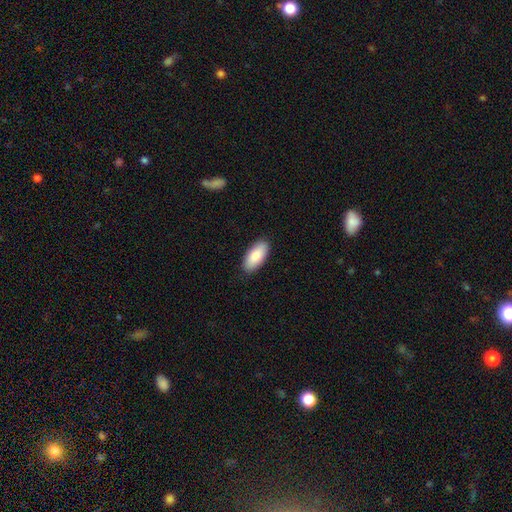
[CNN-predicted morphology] Smooth or featured?
  - smooth: 86% *
  - featured or disk: 8%
  - star or artifact: 6%
How rounded?
  - in between: 91% *
  - cigar-shaped: 7%
  - round: 2%
Merging?
  - none: 89% *
  - minor disturbance: 9%
  - major disturbance: 2%
  - merger: 1%